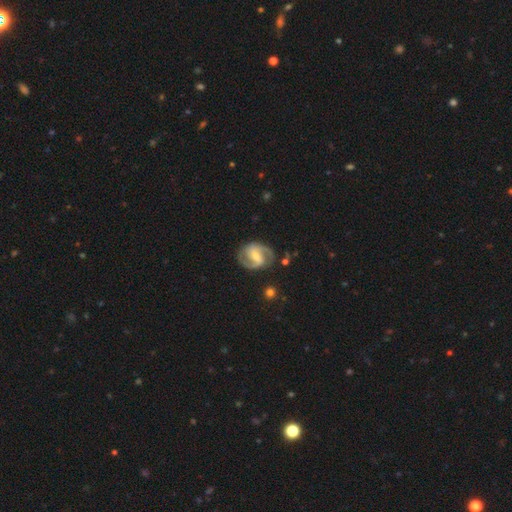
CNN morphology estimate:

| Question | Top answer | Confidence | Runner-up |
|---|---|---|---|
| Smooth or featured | featured or disk | 87% | smooth (8%) |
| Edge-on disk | no | 98% | yes (2%) |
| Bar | weak | 41% | strong (40%) |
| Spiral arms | yes | 97% | no (3%) |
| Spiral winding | medium | 56% | tight (28%) |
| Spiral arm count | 2 | 92% | can't tell (3%) |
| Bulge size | small | 50% | moderate (41%) |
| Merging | none | 79% | minor disturbance (14%) |